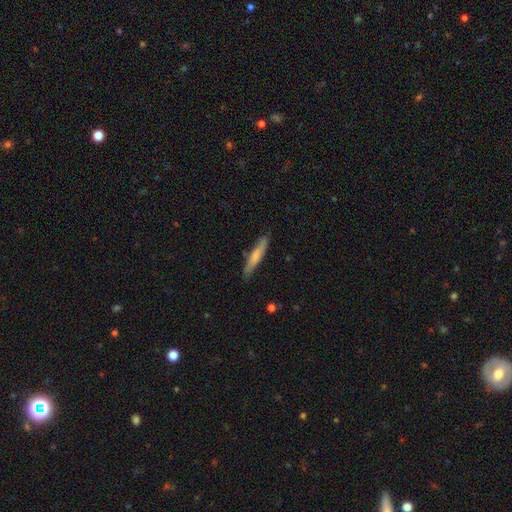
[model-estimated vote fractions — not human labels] Smooth or featured?
  - smooth: 66% *
  - featured or disk: 29%
  - star or artifact: 5%
How rounded?
  - cigar-shaped: 90% *
  - in between: 9%
  - round: 1%
Merging?
  - none: 81% *
  - minor disturbance: 14%
  - major disturbance: 2%
  - merger: 2%